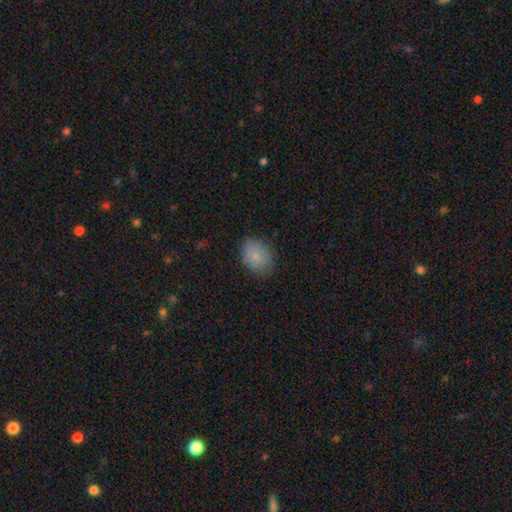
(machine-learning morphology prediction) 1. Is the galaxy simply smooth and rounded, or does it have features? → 83% smooth, 9% featured or disk, 8% star or artifact.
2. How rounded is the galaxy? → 73% in between, 26% round, 1% cigar-shaped.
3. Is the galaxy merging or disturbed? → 79% none, 16% minor disturbance, 4% major disturbance, 1% merger.